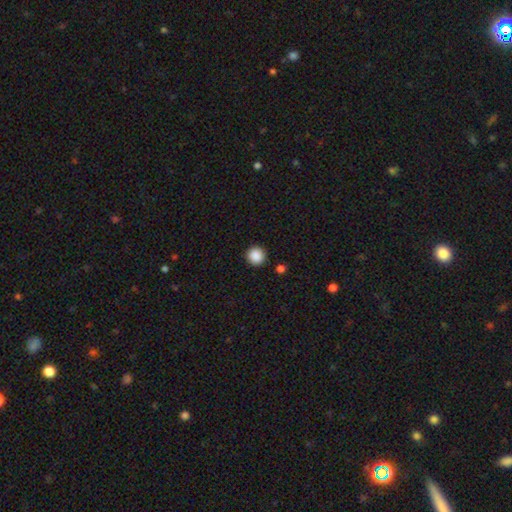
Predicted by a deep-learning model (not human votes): Overall: smooth (88%). How rounded: round (95%). Merging: none (92%).